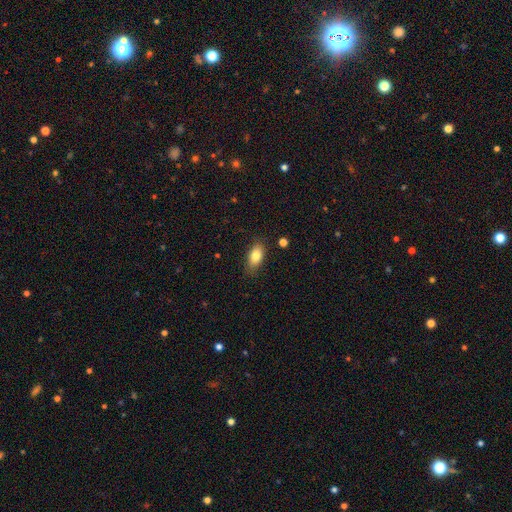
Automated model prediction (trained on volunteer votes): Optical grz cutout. It shows a smooth galaxy with no disk features (81%) that is in between round and cigar-shaped (88%). Merging: none (81%).